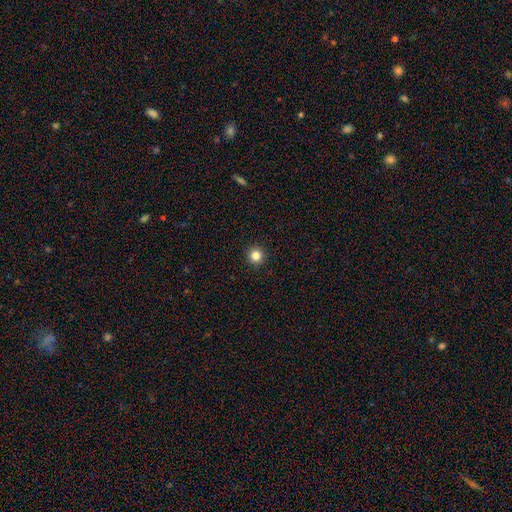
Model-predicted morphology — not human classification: Smooth or featured?
  - smooth: 83% *
  - star or artifact: 12%
  - featured or disk: 5%
How rounded?
  - round: 96% *
  - in between: 4%
  - cigar-shaped: 1%
Merging?
  - none: 93% *
  - minor disturbance: 4%
  - major disturbance: 1%
  - merger: 1%